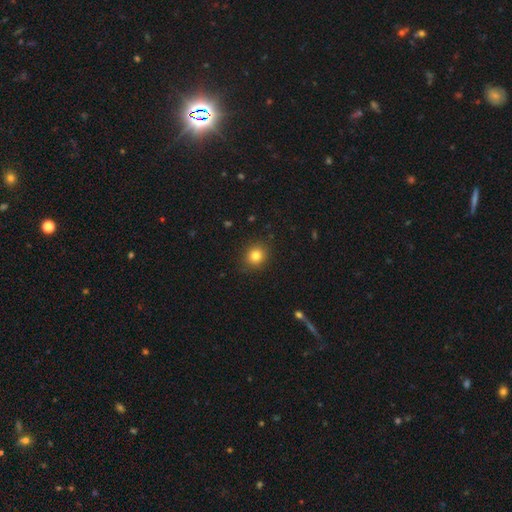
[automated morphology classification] Smooth or featured? Predicted: smooth (p=0.82). How rounded? Predicted: round (p=0.84). Merging? Predicted: none (p=0.89).